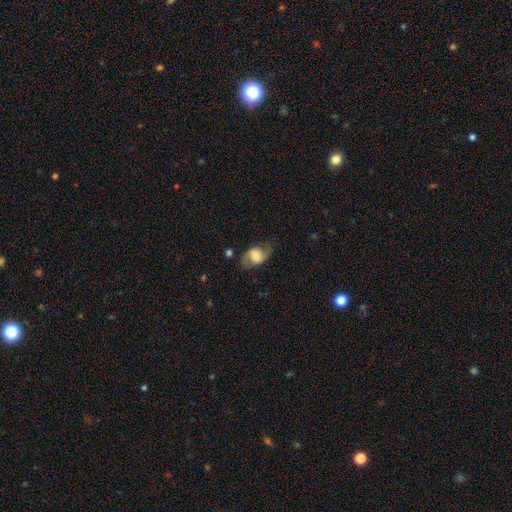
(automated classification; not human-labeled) The model was most divided on "smooth or featured": smooth: 52%, featured or disk: 39%, star or artifact: 8%. More confident: how rounded — in between (80%); merging — none (67%).